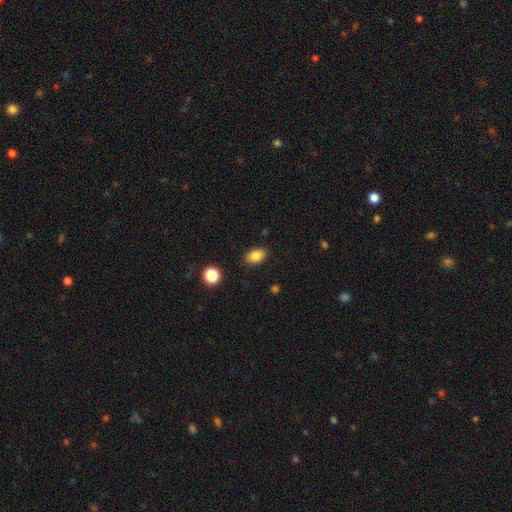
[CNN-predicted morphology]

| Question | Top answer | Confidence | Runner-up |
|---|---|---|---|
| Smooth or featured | smooth | 85% | star or artifact (9%) |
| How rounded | in between | 85% | round (14%) |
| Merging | none | 87% | minor disturbance (9%) |